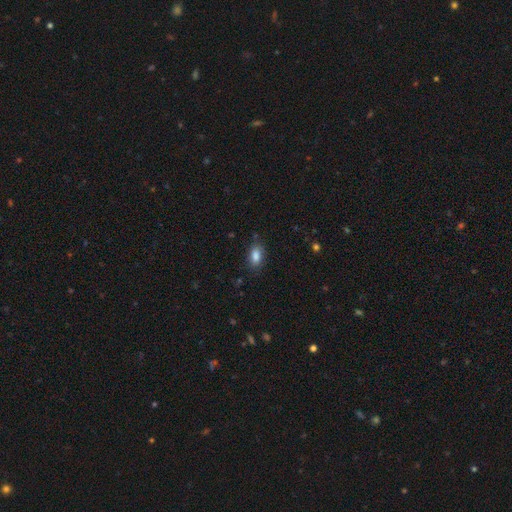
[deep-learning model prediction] Smooth or featured? smooth (86%)
How rounded? in between (90%)
Merging? none (80%)